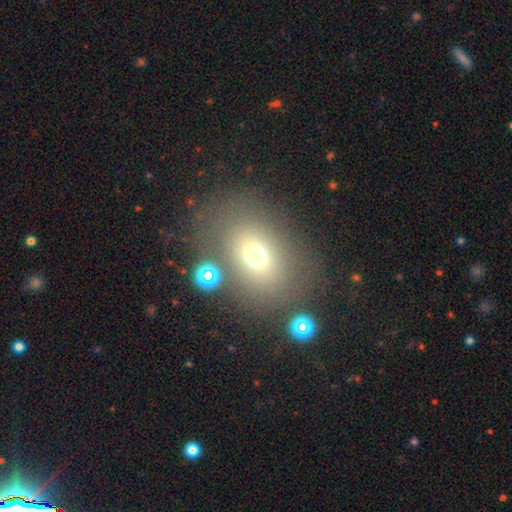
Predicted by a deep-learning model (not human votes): Smooth or featured: smooth — 68% (featured or disk — 16%)
How rounded: in between — 68% (round — 30%)
Merging: none — 69% (minor disturbance — 14%)